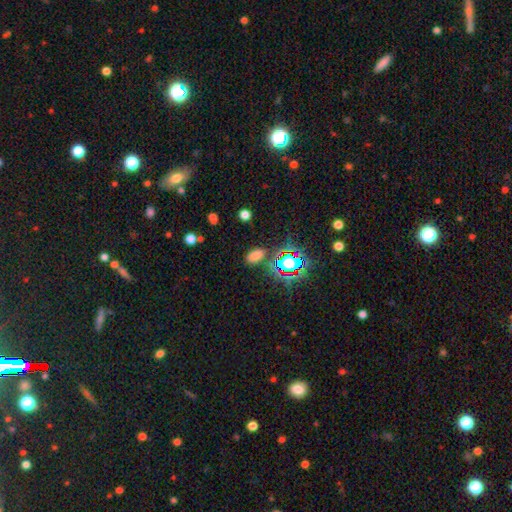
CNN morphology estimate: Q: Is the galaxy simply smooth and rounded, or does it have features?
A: smooth — 70%.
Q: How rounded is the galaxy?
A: in between — 89%.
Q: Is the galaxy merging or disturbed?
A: none — 79%.